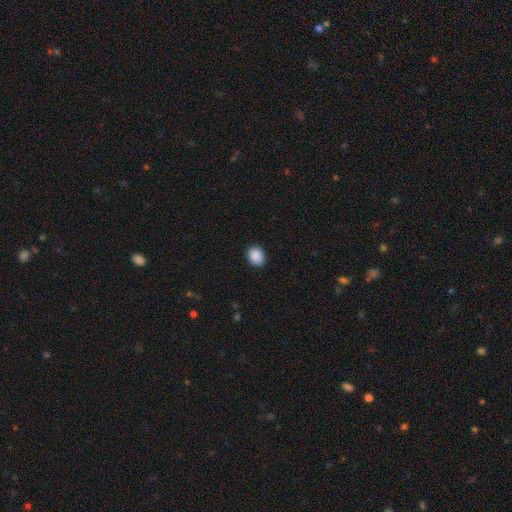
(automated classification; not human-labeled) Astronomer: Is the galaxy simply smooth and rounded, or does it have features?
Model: smooth — 90%.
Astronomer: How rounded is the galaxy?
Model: in between — 58% (runner-up: round, 41%).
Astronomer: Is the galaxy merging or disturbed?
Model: none — 88%.